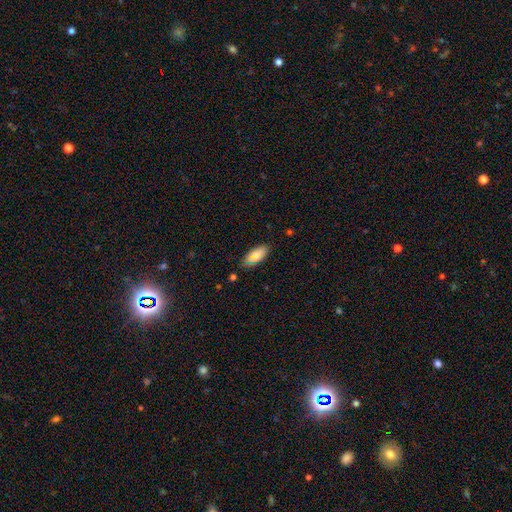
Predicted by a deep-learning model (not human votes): Smooth or featured: smooth — 81% (featured or disk — 13%)
How rounded: in between — 85% (cigar-shaped — 13%)
Merging: none — 79% (minor disturbance — 16%)